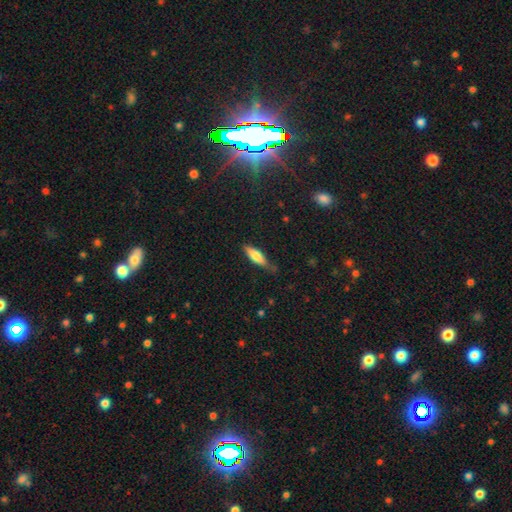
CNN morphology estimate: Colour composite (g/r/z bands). It shows a smooth galaxy with no disk features (71%) that is cigar-shaped (55%). Merging: none (70%).